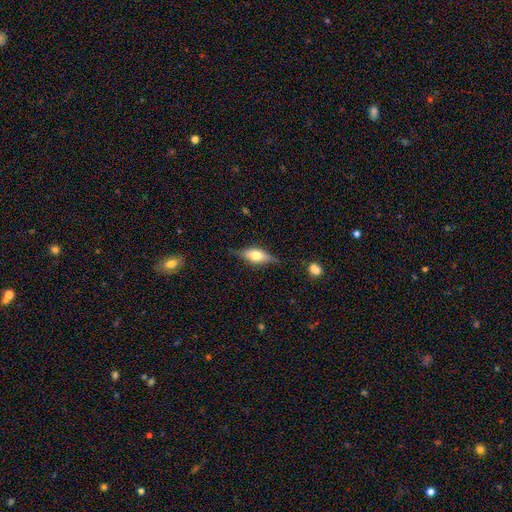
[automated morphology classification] The model was most divided on "smooth or featured": featured or disk: 52%, smooth: 41%, star or artifact: 7%. More confident: edge-on disk — yes (89%); merging — none (75%).